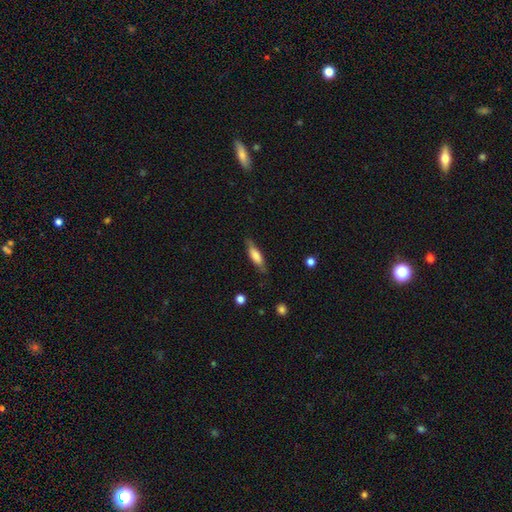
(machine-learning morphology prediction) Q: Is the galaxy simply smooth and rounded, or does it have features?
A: smooth — 64%.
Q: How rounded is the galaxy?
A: cigar-shaped — 60%.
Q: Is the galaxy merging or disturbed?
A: none — 79%.